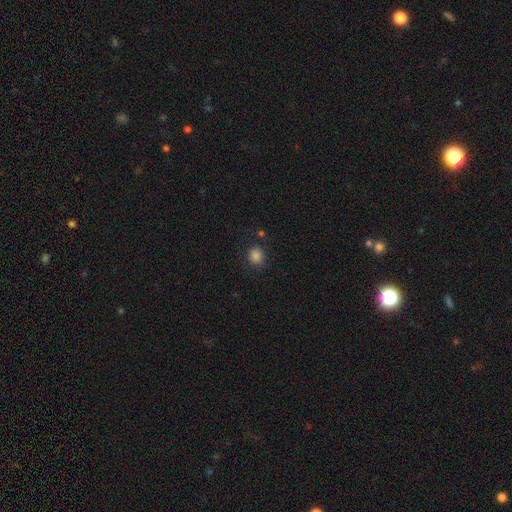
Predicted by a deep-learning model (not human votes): smooth-or-featured: smooth: 84% | star or artifact: 12% | featured or disk: 4%
  how-rounded: round: 77% | in between: 22% | cigar-shaped: 1%
  merging: none: 84% | minor disturbance: 10% | major disturbance: 3% | merger: 3%